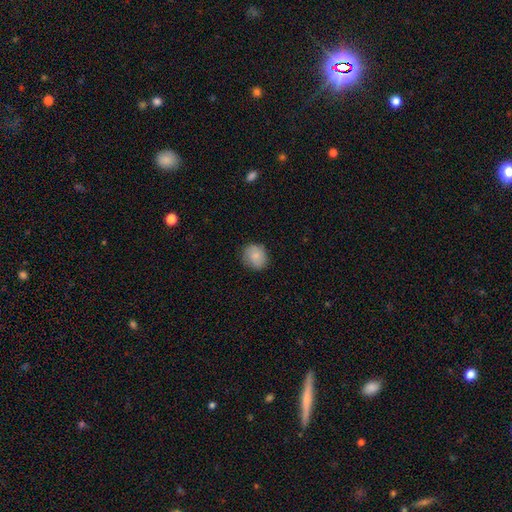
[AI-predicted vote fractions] Smooth or featured: smooth — 81% (featured or disk — 12%)
How rounded: round — 74% (in between — 25%)
Merging: none — 81% (minor disturbance — 15%)